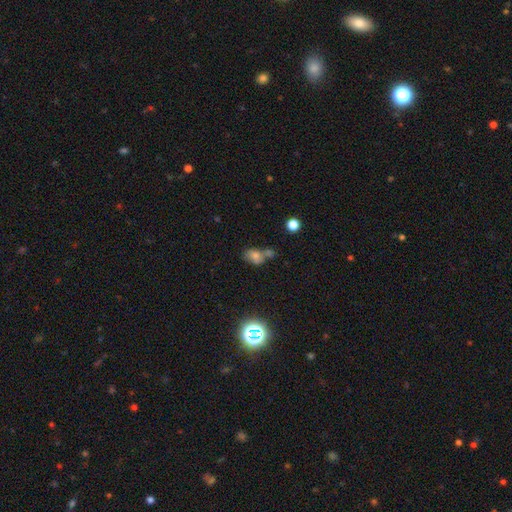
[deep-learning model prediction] Smooth or featured: smooth — 59% (star or artifact — 23%)
How rounded: in between — 71% (round — 27%)
Merging: none — 39% (merger — 36%)